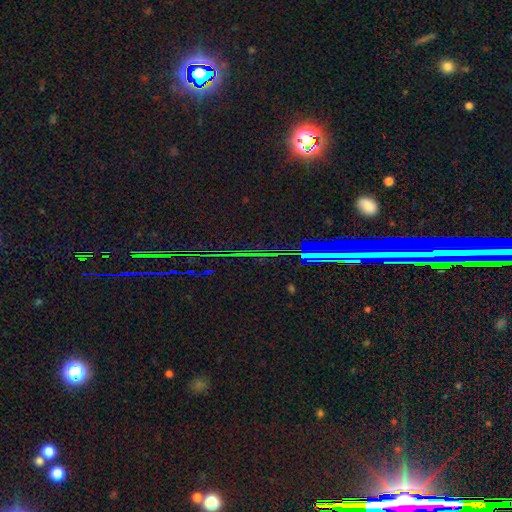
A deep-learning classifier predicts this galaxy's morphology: smooth-or-featured: star or artifact: 82% | featured or disk: 9% | smooth: 8%